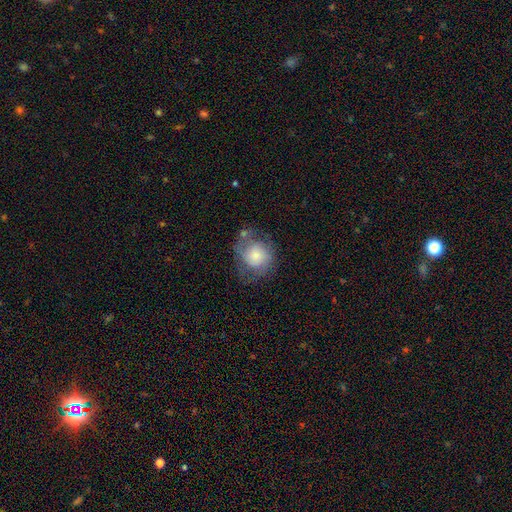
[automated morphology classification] Smooth or featured: smooth — 54% (featured or disk — 39%)
How rounded: round — 74% (in between — 25%)
Merging: none — 51% (minor disturbance — 26%)